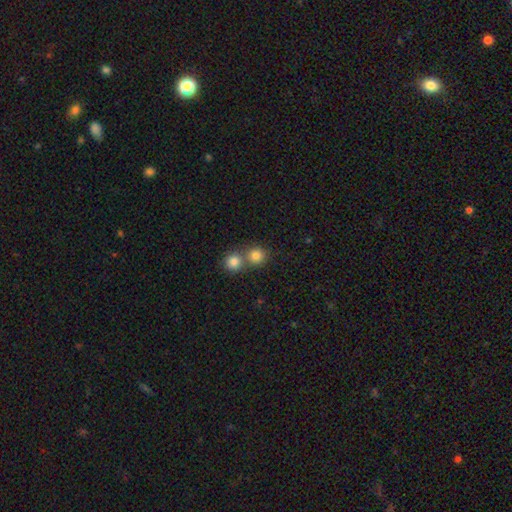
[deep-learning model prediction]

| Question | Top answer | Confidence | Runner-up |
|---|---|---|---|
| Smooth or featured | smooth | 82% | star or artifact (11%) |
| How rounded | round | 88% | in between (11%) |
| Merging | none | 49% | merger (43%) |